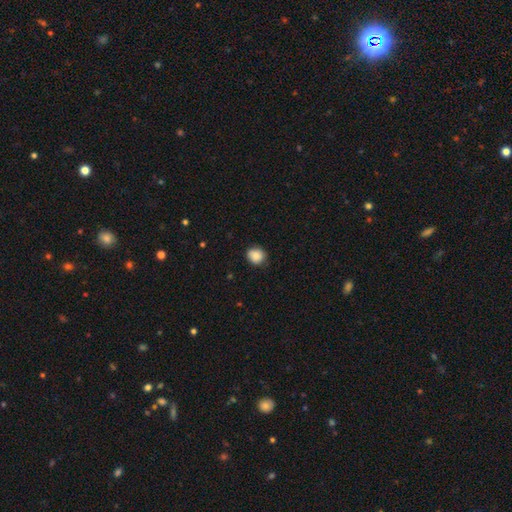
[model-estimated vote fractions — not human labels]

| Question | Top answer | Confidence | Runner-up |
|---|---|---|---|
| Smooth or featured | smooth | 86% | star or artifact (9%) |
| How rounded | round | 80% | in between (19%) |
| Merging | none | 82% | minor disturbance (15%) |